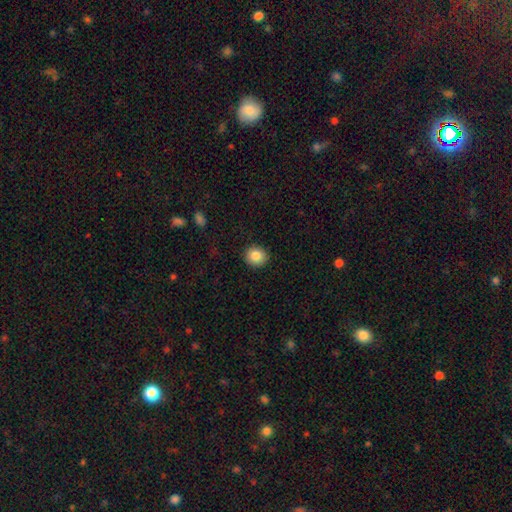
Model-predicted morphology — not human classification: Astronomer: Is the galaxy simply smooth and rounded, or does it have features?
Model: smooth — 86%.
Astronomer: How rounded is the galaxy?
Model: round — 82%.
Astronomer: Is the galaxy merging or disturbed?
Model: none — 91%.